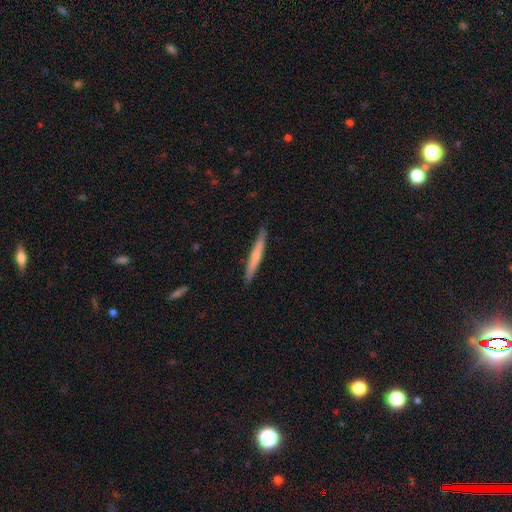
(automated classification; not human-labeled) This appears to be a smooth galaxy with no disk features (53%) that is cigar-shaped (96%). Merging: none (89%).